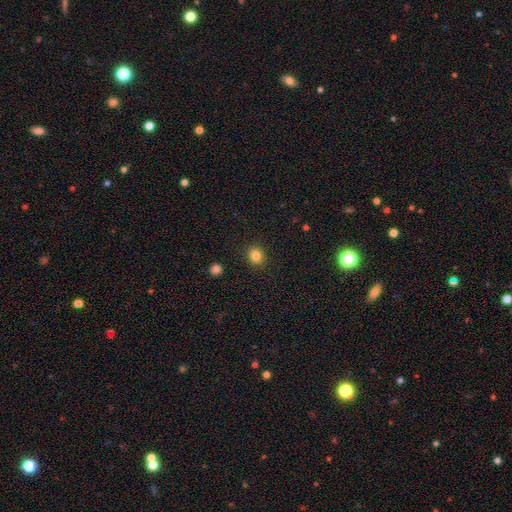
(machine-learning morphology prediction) smooth 83%, star or artifact 11%, featured or disk 5%. Down the decision tree: how rounded — round (77%); merging — none (90%).